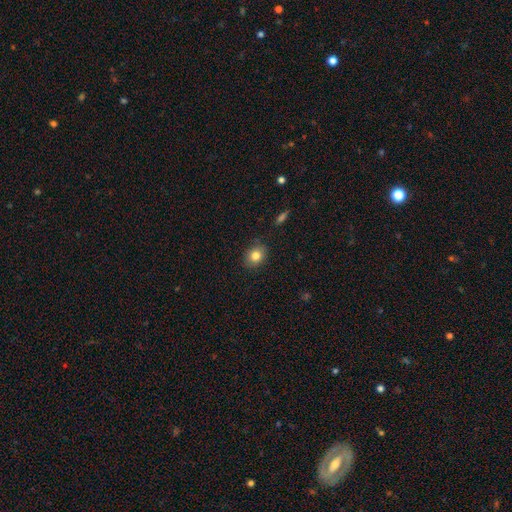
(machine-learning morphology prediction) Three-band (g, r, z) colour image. It shows a smooth galaxy with no disk features (81%) that is round (55%). Merging: none (86%).